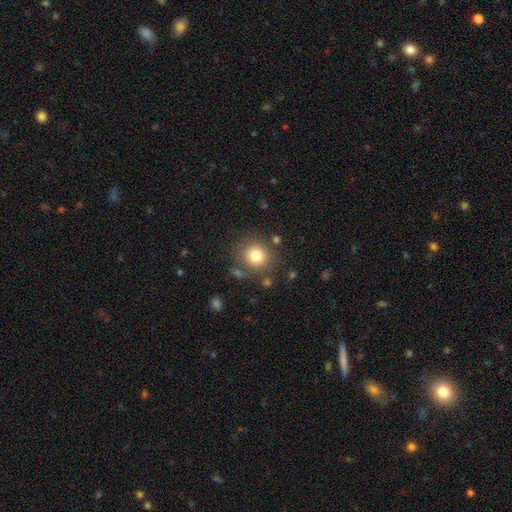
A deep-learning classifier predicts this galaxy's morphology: This appears to be a smooth galaxy with no disk features (80%) that is round (87%). Merging: none (80%).